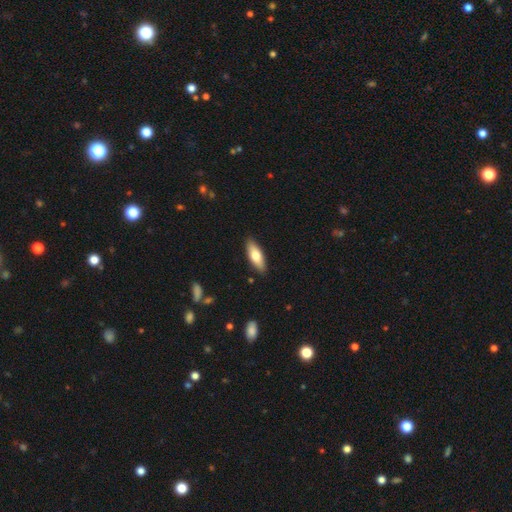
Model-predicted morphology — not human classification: Smooth or featured?
  - smooth: 72% *
  - featured or disk: 23%
  - star or artifact: 6%
How rounded?
  - in between: 63% *
  - cigar-shaped: 35%
  - round: 2%
Merging?
  - none: 88% *
  - minor disturbance: 9%
  - major disturbance: 2%
  - merger: 1%